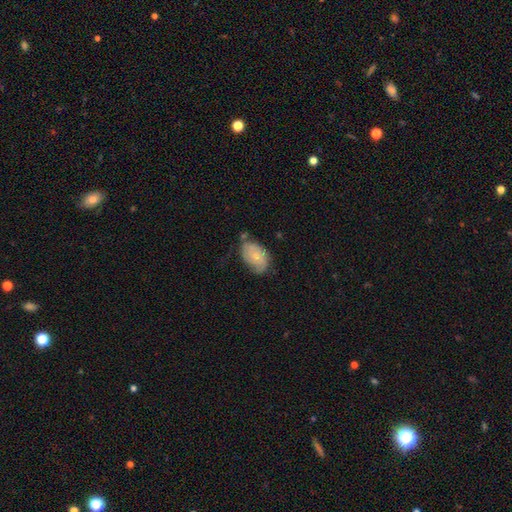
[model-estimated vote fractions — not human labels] The model was most divided on "merging": none: 49%, minor disturbance: 34%, major disturbance: 10%, merger: 7%. More confident: how rounded — in between (88%); smooth or featured — smooth (56%).